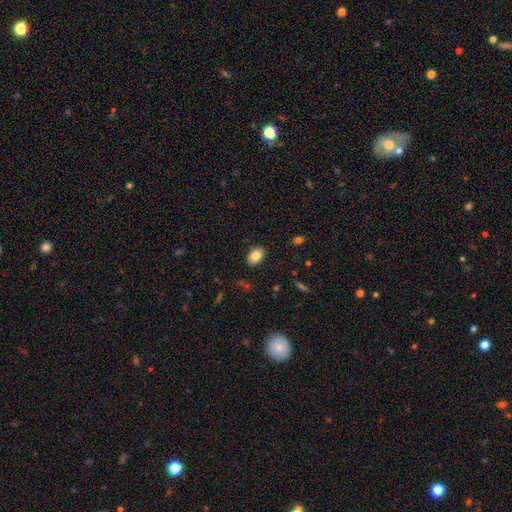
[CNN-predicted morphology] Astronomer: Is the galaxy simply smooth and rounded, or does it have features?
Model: smooth — 83%.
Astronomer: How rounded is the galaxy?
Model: in between — 87%.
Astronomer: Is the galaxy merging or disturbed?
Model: none — 87%.